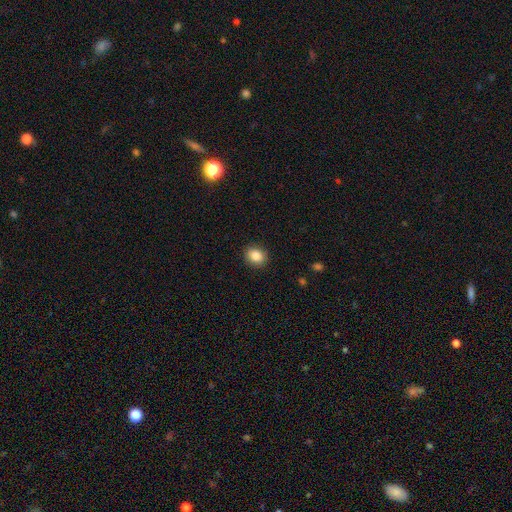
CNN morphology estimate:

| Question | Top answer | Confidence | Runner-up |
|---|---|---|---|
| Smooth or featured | smooth | 86% | star or artifact (9%) |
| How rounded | round | 62% | in between (37%) |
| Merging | none | 90% | minor disturbance (7%) |